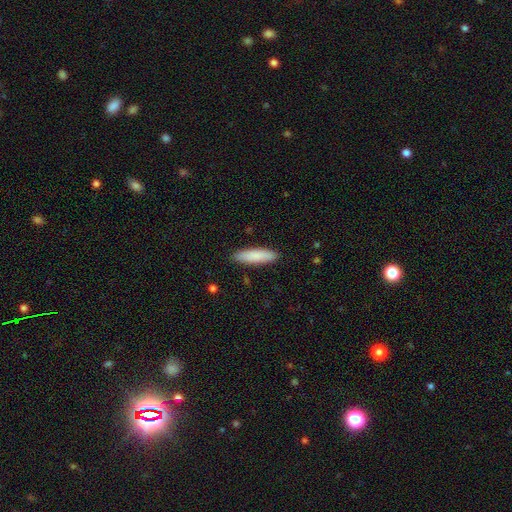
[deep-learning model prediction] A smooth galaxy with no disk features (86%) that is cigar-shaped (69%).

Vote fractions:
- Smooth or featured? smooth: 86% / featured or disk: 9% / star or artifact: 6%
- How rounded? cigar-shaped: 69% / in between: 29% / round: 1%
- Merging? none: 89% / minor disturbance: 8% / major disturbance: 2% / merger: 1%